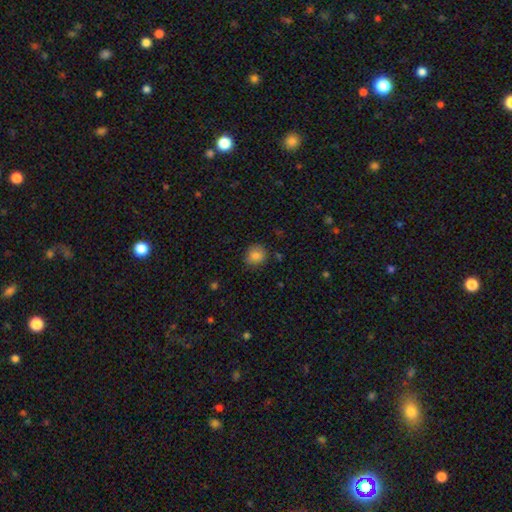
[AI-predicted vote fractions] Smooth or featured?
  - smooth: 84% *
  - star or artifact: 10%
  - featured or disk: 6%
How rounded?
  - round: 78% *
  - in between: 21%
  - cigar-shaped: 1%
Merging?
  - none: 76% *
  - minor disturbance: 18%
  - major disturbance: 4%
  - merger: 2%